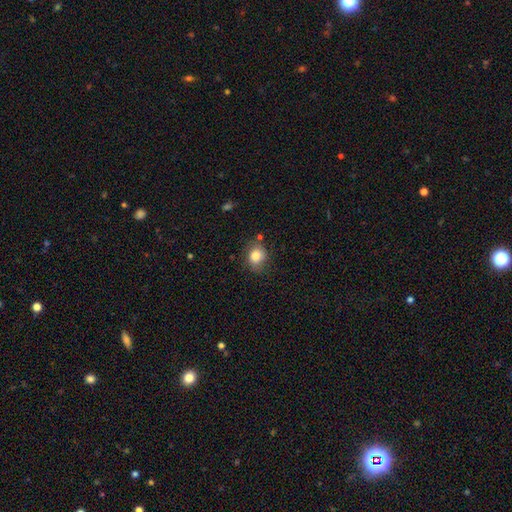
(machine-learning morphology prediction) smooth_or_featured: smooth (p=0.82) [alt: star or artifact p=0.10]
how_rounded: round (p=0.61) [alt: in between p=0.38]
merging: none (p=0.72) [alt: minor disturbance p=0.19]